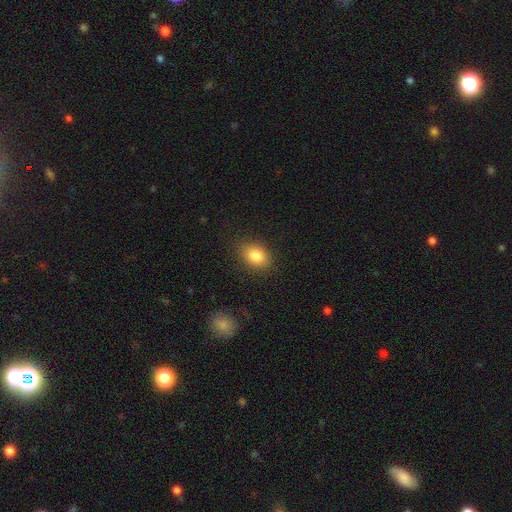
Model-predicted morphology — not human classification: Smooth or featured? smooth (84%)
How rounded? in between (79%)
Merging? none (86%)